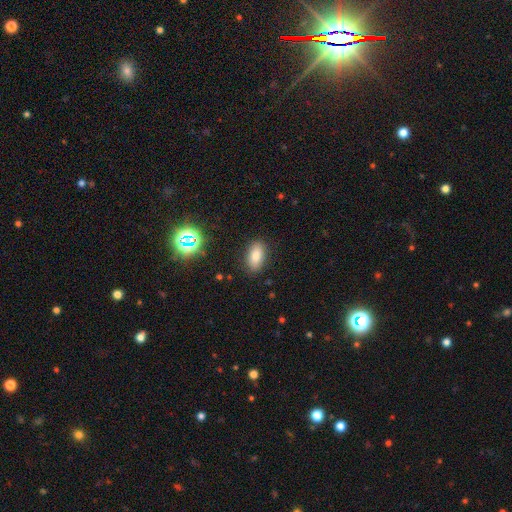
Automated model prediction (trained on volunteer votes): The model was most divided on "smooth or featured": smooth: 79%, star or artifact: 12%, featured or disk: 9%. More confident: how rounded — in between (88%); merging — none (87%).